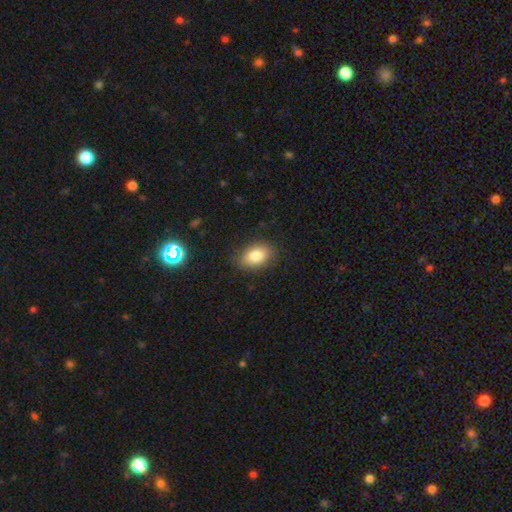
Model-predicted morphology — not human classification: Smooth or featured: smooth — 84% (star or artifact — 8%)
How rounded: in between — 87% (round — 11%)
Merging: none — 85% (minor disturbance — 11%)